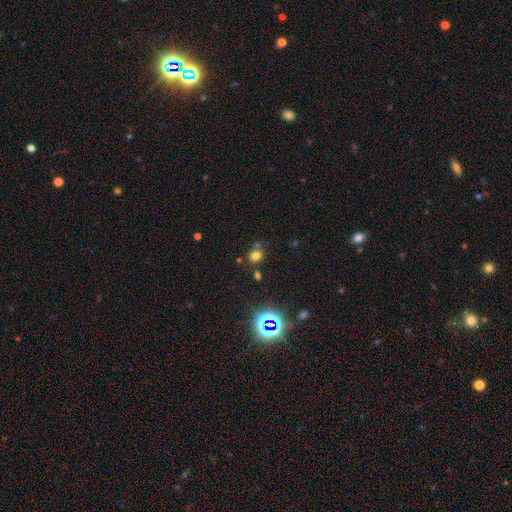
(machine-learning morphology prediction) This is likely a smooth galaxy (68%). How rounded: likely round (72%). Merging: likely none (71%).